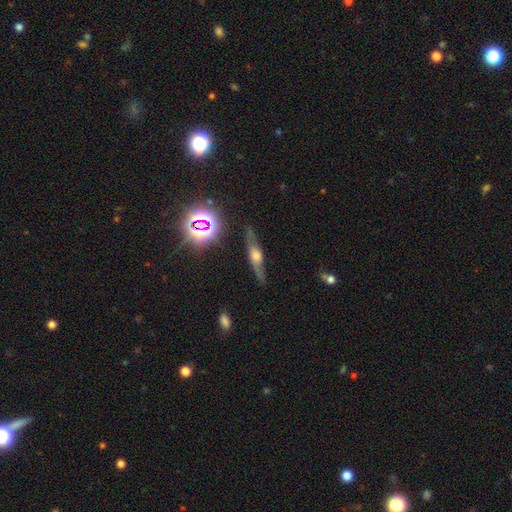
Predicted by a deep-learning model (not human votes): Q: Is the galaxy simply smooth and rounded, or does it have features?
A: featured or disk — 62%.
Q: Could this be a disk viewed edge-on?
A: yes — 84%.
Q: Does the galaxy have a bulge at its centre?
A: rounded — 82%.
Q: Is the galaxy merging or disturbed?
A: none — 76%.